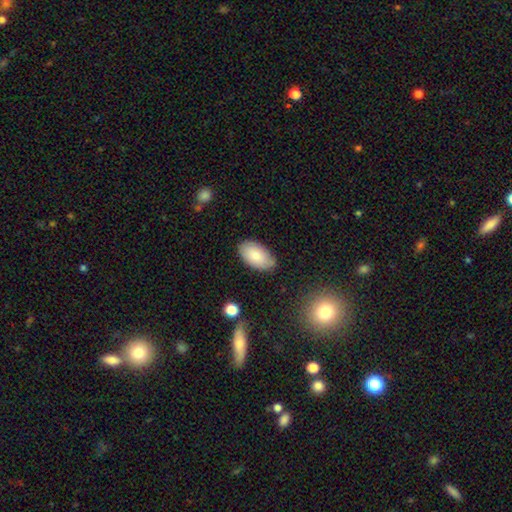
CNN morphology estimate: This appears to be a smooth galaxy with no disk features (80%) that is in between round and cigar-shaped (95%). Merging: none (78%).